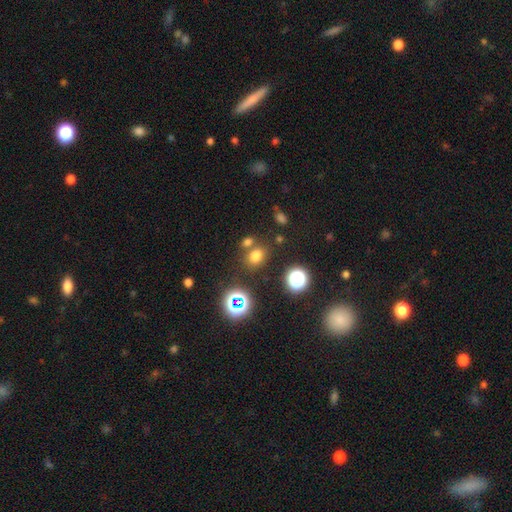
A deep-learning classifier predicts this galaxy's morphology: A smooth galaxy with no disk features (72%) that is in between round and cigar-shaped (50%).

Vote fractions:
- Smooth or featured? smooth: 72% / star or artifact: 22% / featured or disk: 7%
- How rounded? in between: 50% / round: 49% / cigar-shaped: 1%
- Merging? none: 70% / merger: 15% / minor disturbance: 11% / major disturbance: 4%